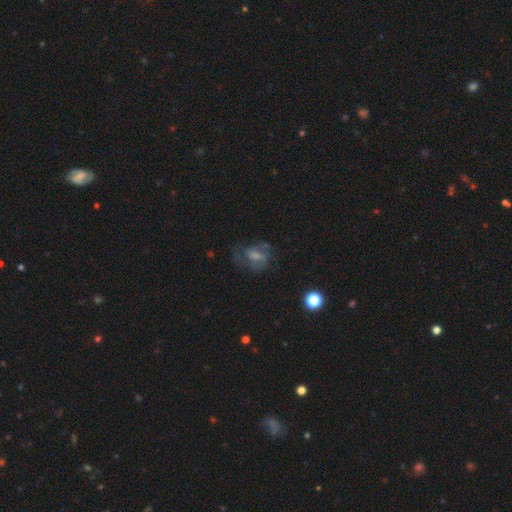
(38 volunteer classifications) smooth-or-featured: featured or disk: 55% | smooth: 37% | star or artifact: 8%
  disk-edge-on: no: 95% | yes: 5%
    bar: no: 65% | weak: 30% | strong: 5%
    has-spiral-arms: no: 55% | yes: 45%
    bulge-size: moderate: 40% | none: 30% | small: 25% | large: 5% | dominant: 0%
  merging: none: 54% | major disturbance: 31% | minor disturbance: 14% | merger: 0%